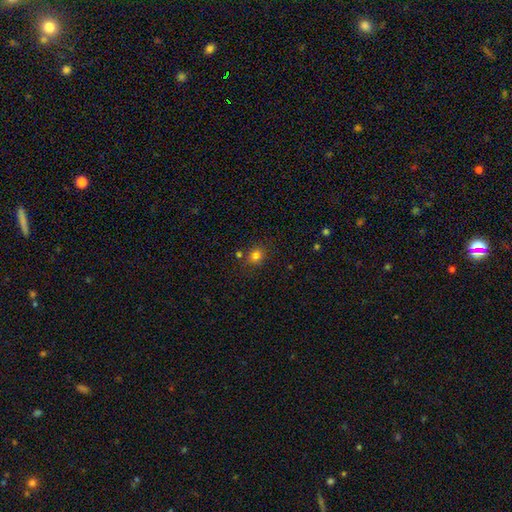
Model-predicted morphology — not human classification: type=smooth (75%); roundness=round (75%); merging=none (73%).